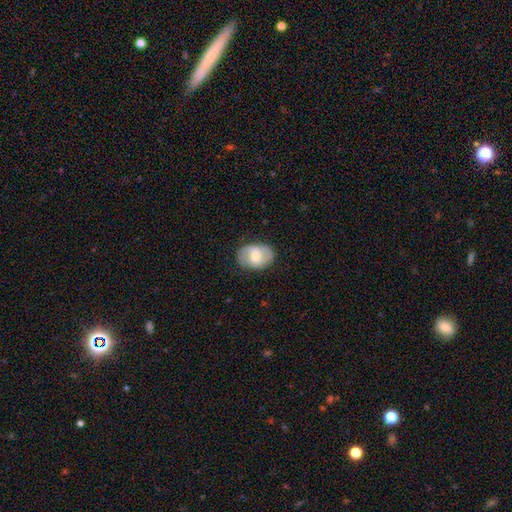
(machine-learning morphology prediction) Q: Smooth or featured?
A: featured or disk (51%); runner-up: smooth (42%)
Q: Edge-on disk?
A: no (96%); runner-up: yes (4%)
Q: Merging?
A: none (80%); runner-up: minor disturbance (15%)